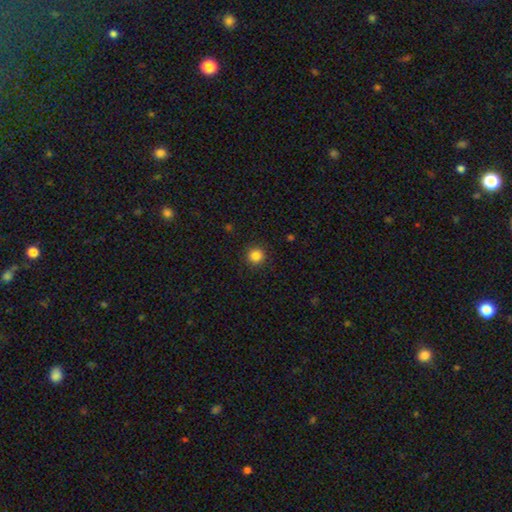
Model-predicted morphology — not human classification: Smooth or featured? smooth (85%)
How rounded? round (94%)
Merging? none (92%)